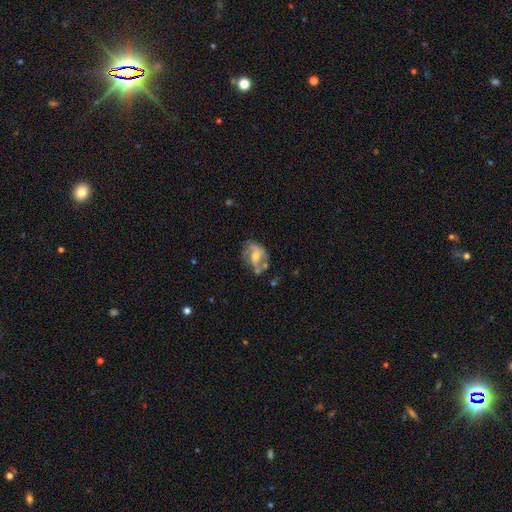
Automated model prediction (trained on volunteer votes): A featured or disk galaxy (67%) with no bar (46%), spiral arms (69%) and a moderate central bulge (52%).

Vote fractions:
- Smooth or featured? featured or disk: 67% / smooth: 25% / star or artifact: 8%
- Edge-on disk? no: 96% / yes: 4%
- Bar? no: 46% / weak: 40% / strong: 14%
- Spiral arms? yes: 69% / no: 31%
- Bulge size? moderate: 52% / small: 31% / none: 8% / large: 8% / dominant: 1%
- Merging? none: 46% / minor disturbance: 25% / major disturbance: 21% / merger: 8%